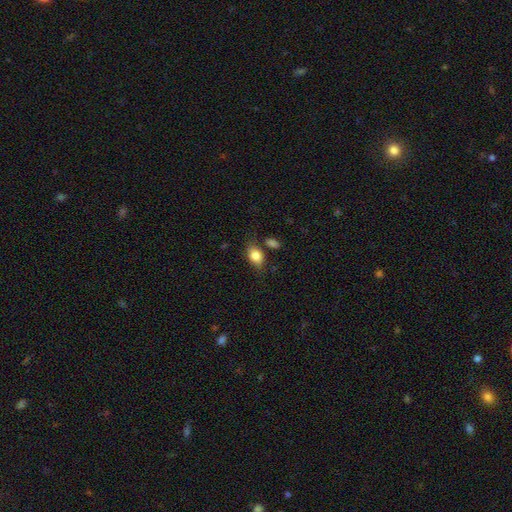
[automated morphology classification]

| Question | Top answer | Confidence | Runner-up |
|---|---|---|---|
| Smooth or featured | smooth | 84% | featured or disk (8%) |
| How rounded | in between | 84% | round (15%) |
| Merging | none | 72% | minor disturbance (17%) |